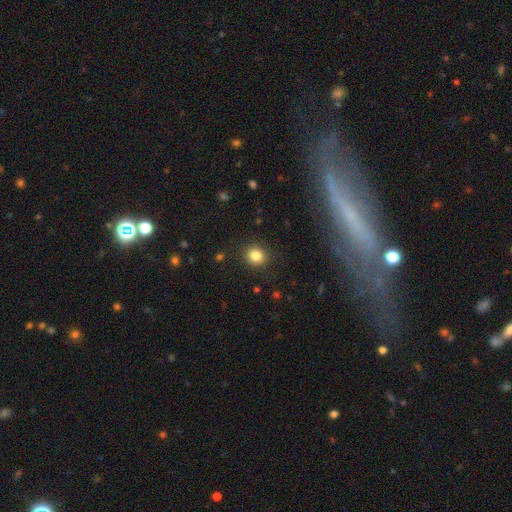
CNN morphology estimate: Q: Smooth or featured?
A: smooth (84%); runner-up: star or artifact (11%)
Q: How rounded?
A: round (82%); runner-up: in between (17%)
Q: Merging?
A: none (90%); runner-up: minor disturbance (7%)